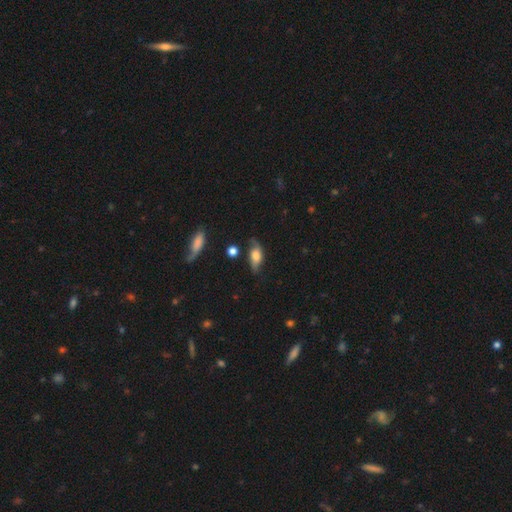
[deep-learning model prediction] Morphology: type=smooth (54%); roundness=in between (79%); merging=none (53%).